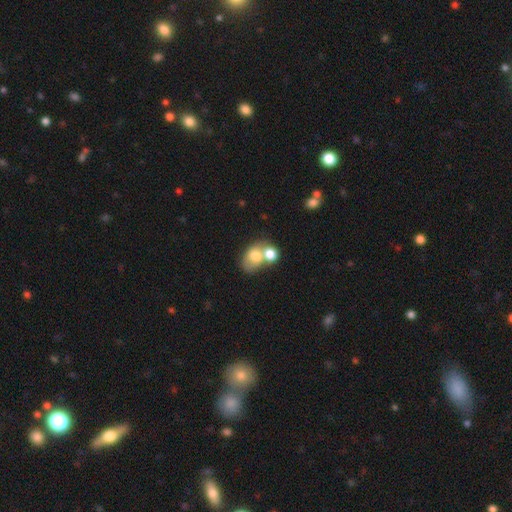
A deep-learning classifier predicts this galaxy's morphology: A smooth galaxy with no disk features (73%) that is in between round and cigar-shaped (63%). Merging: merger (62%).